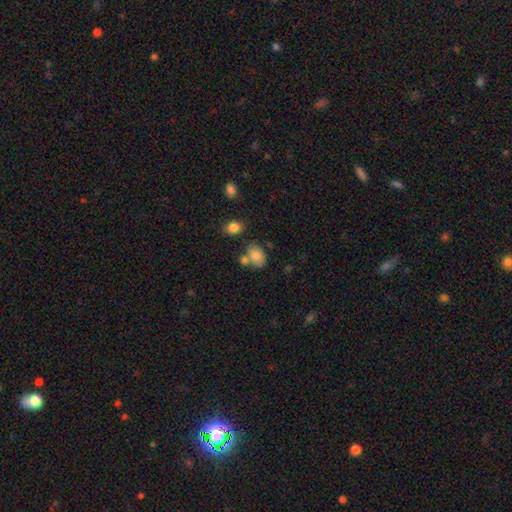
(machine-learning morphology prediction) smooth-or-featured: smooth: 81% | featured or disk: 11% | star or artifact: 9%
  how-rounded: in between: 71% | round: 28% | cigar-shaped: 1%
  merging: none: 56% | merger: 20% | minor disturbance: 18% | major disturbance: 6%